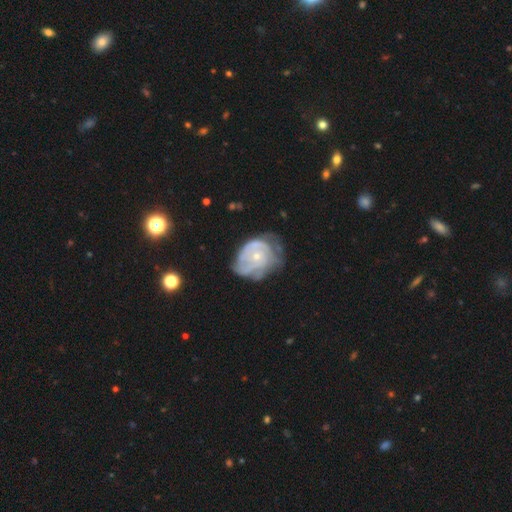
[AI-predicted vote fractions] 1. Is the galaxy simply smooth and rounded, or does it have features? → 76% featured or disk, 17% smooth, 6% star or artifact.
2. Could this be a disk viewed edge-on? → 97% no, 3% yes.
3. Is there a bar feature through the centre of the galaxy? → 83% no, 15% weak, 3% strong.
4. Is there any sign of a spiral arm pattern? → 81% yes, 19% no.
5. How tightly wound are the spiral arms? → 62% tight, 28% medium, 10% loose.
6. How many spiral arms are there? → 45% can't tell, 19% 3, 18% 2, 8% 4, 6% 1, 4% more than 4.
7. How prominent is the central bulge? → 71% small, 25% moderate, 2% none, 1% large, 1% dominant.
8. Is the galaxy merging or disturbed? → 41% none, 31% minor disturbance, 25% major disturbance, 3% merger.